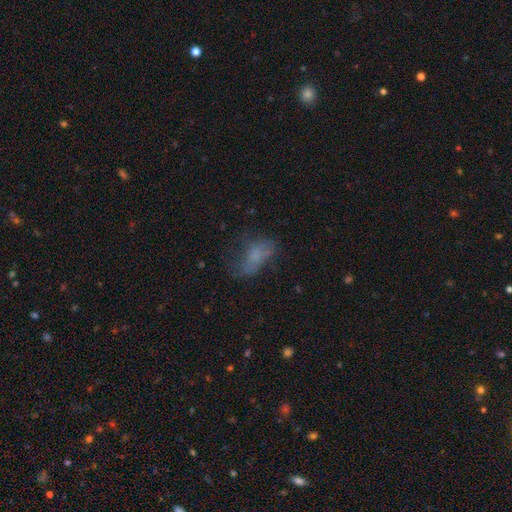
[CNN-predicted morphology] Smooth or featured: smooth — 53% (featured or disk — 31%)
How rounded: in between — 84% (round — 9%)
Merging: none — 38% (major disturbance — 35%)